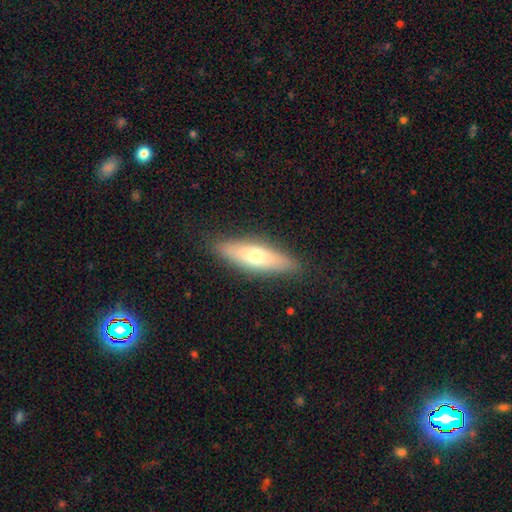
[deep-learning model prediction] Smooth or featured?
  - smooth: 59% *
  - featured or disk: 34%
  - star or artifact: 6%
How rounded?
  - cigar-shaped: 58% *
  - in between: 39%
  - round: 2%
Merging?
  - none: 87% *
  - minor disturbance: 9%
  - major disturbance: 2%
  - merger: 1%